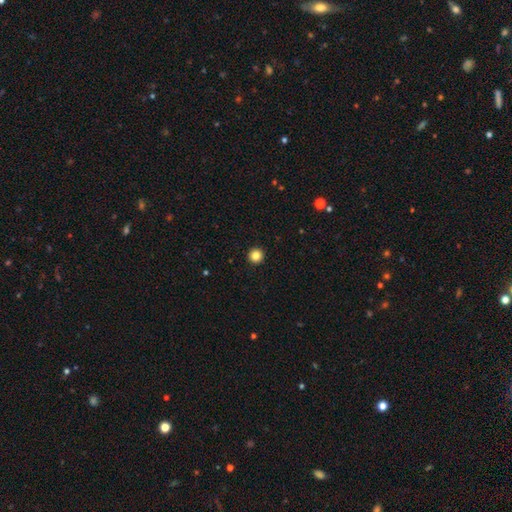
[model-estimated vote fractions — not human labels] Smooth or featured? smooth (85%)
How rounded? round (96%)
Merging? none (94%)